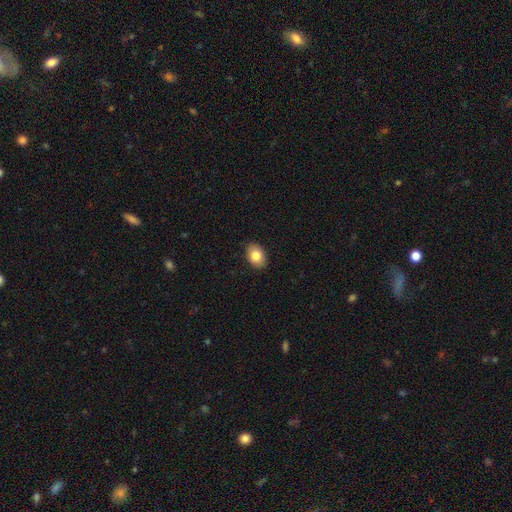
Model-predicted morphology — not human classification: smooth-or-featured: smooth: 83% | featured or disk: 10% | star or artifact: 8%
  how-rounded: in between: 80% | round: 19% | cigar-shaped: 1%
  merging: none: 88% | minor disturbance: 9% | major disturbance: 2% | merger: 1%